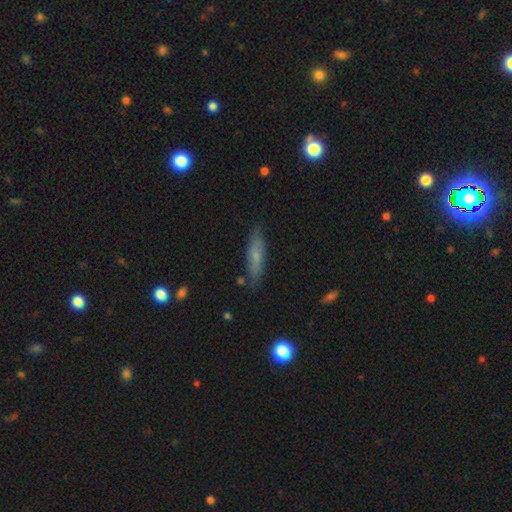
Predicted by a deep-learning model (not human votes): This is likely a smooth galaxy (62%). How rounded: likely cigar-shaped (75%). Merging: clearly none (82%).